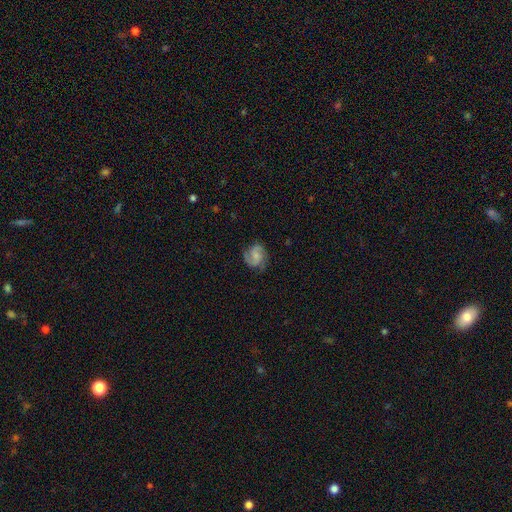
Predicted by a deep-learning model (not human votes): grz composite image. It shows a featured or disk galaxy (71%) with no bar (57%), 2 (80%) medium (50%) spiral arms (95%) and a small central bulge (48%). Merging: none (75%).